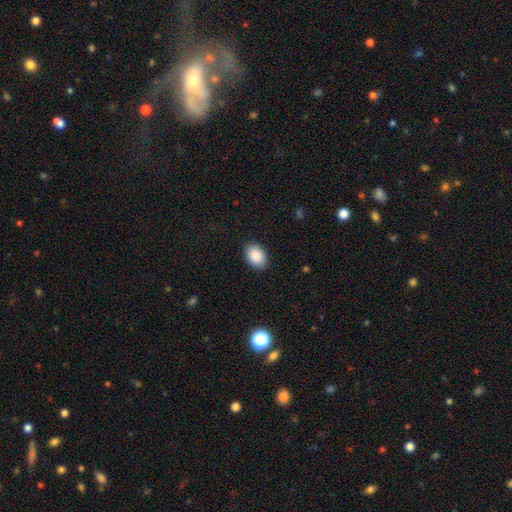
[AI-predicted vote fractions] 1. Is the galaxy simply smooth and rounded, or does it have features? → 90% smooth, 7% star or artifact, 3% featured or disk.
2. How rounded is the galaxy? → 83% in between, 16% round, 1% cigar-shaped.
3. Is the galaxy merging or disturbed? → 89% none, 8% minor disturbance, 2% major disturbance, 1% merger.